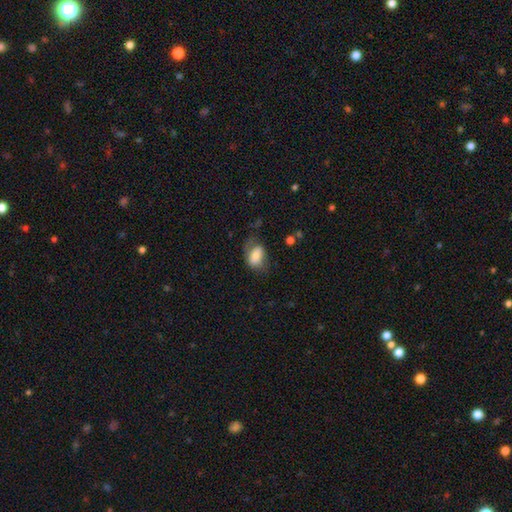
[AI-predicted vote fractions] This appears to be a smooth galaxy with no disk features (67%) that is in between round and cigar-shaped (85%). Merging: none (44%).